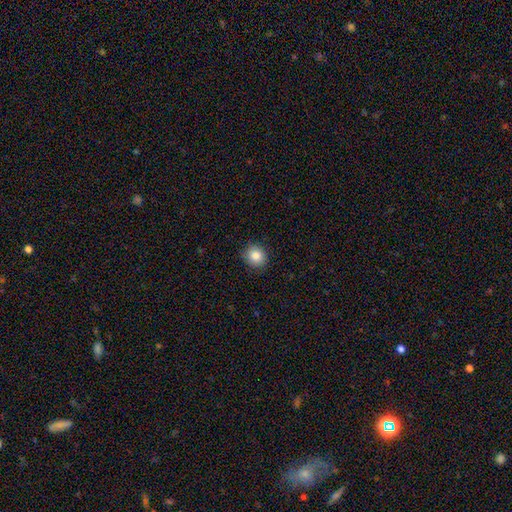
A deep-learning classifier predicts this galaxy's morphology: A smooth galaxy with no disk features (85%) that is round (83%).

Vote fractions:
- Smooth or featured? smooth: 85% / star or artifact: 9% / featured or disk: 6%
- How rounded? round: 83% / in between: 16% / cigar-shaped: 1%
- Merging? none: 89% / minor disturbance: 8% / major disturbance: 2% / merger: 1%